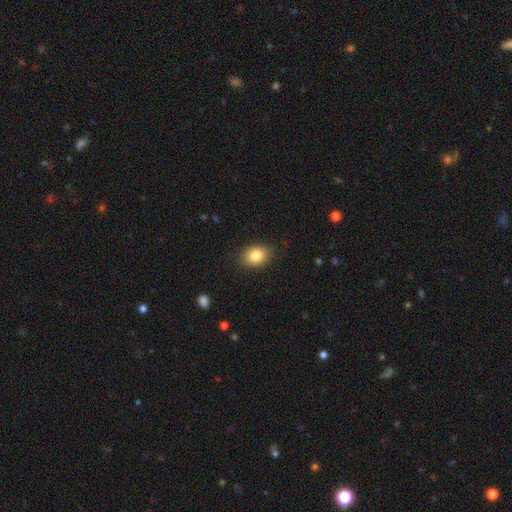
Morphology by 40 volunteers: Volunteers were most divided on "how rounded": in between: 58%, round: 42%, cigar-shaped: 0%. More confident: merging — none (86%); smooth or featured — smooth (82%).